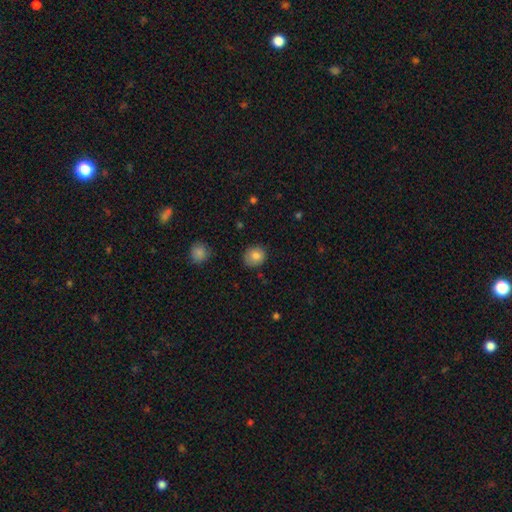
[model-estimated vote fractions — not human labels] smooth 83%, star or artifact 9%, featured or disk 8%. Down the decision tree: how rounded — round (80%); merging — none (84%).